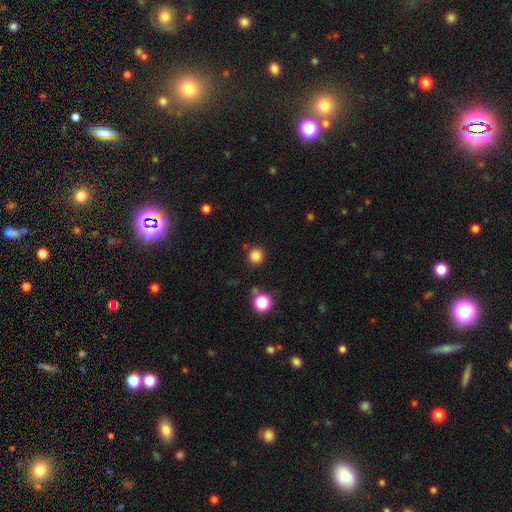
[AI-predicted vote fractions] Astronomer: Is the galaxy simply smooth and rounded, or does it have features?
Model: smooth — 83%.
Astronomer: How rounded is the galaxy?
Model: round — 94%.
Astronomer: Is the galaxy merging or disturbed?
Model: none — 87%.